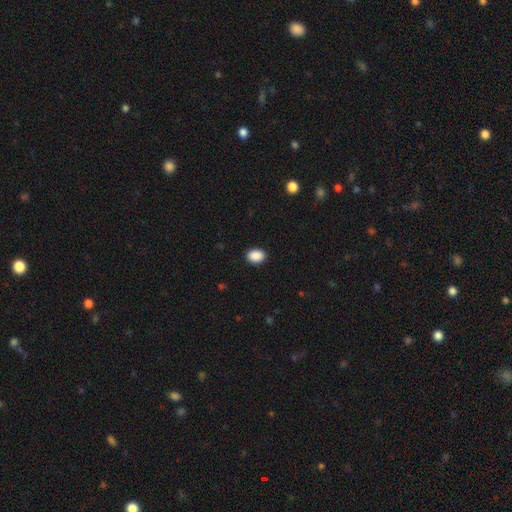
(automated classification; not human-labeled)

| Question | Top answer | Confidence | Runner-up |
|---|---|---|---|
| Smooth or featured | smooth | 90% | star or artifact (8%) |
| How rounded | in between | 72% | round (27%) |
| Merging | none | 90% | minor disturbance (7%) |